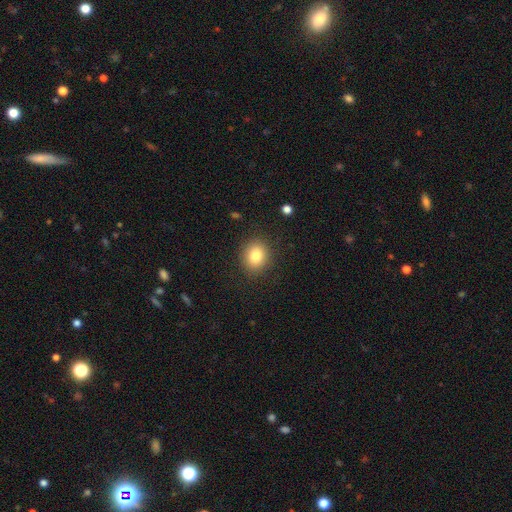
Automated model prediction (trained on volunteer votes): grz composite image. It shows a smooth galaxy with no disk features (81%) that is round (65%). Merging: none (88%).